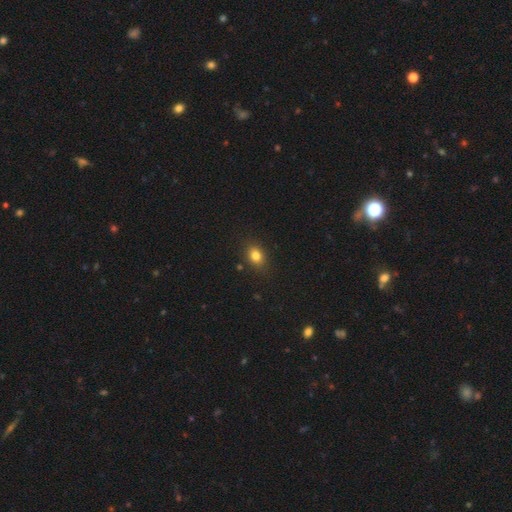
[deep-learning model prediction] Overall: smooth (81%). How rounded: in between (61%; round 38%). Merging: none (85%).